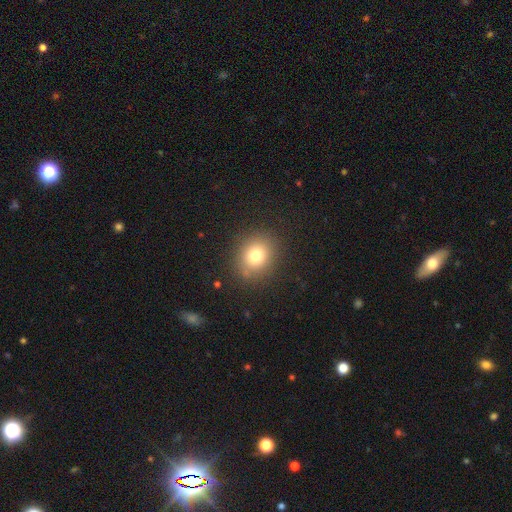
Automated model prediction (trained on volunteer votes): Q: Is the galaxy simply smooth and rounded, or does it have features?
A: smooth — 77%.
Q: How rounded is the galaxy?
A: round — 68%.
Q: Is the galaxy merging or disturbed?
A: none — 85%.